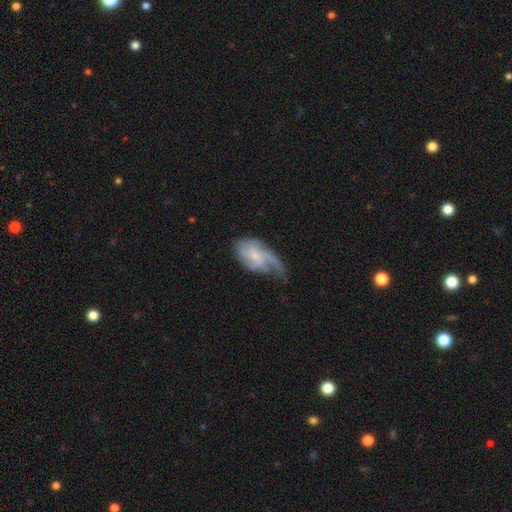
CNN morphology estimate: Q: Smooth or featured?
A: featured or disk (70%); runner-up: smooth (23%)
Q: Edge-on disk?
A: no (96%); runner-up: yes (4%)
Q: Bar?
A: no (68%); runner-up: weak (28%)
Q: Spiral arms?
A: yes (88%); runner-up: no (12%)
Q: Spiral winding?
A: medium (39%); runner-up: loose (36%)
Q: Spiral arm count?
A: can't tell (28%); runner-up: 3 (27%)
Q: Bulge size?
A: small (60%); runner-up: moderate (22%)
Q: Merging?
A: none (34%); runner-up: major disturbance (32%)